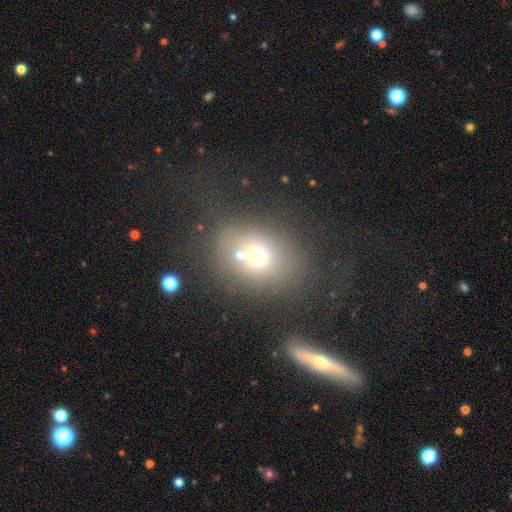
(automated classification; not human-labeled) The model was most divided on "how rounded": round: 54%, in between: 45%, cigar-shaped: 1%. More confident: smooth or featured — smooth (65%); merging — none (56%).